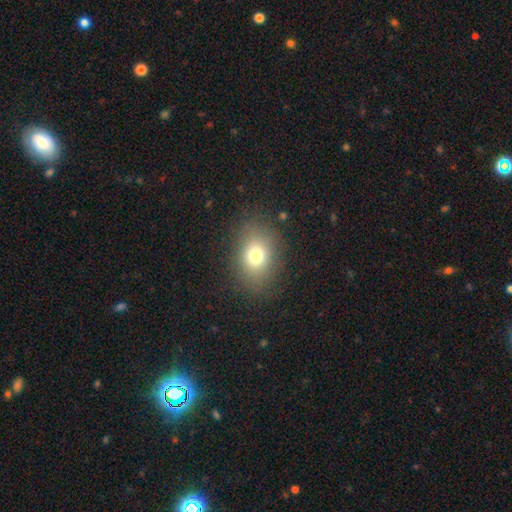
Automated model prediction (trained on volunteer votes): Smooth or featured?
  - smooth: 75% *
  - star or artifact: 14%
  - featured or disk: 12%
How rounded?
  - in between: 62% *
  - round: 37%
  - cigar-shaped: 1%
Merging?
  - none: 83% *
  - minor disturbance: 11%
  - major disturbance: 5%
  - merger: 1%